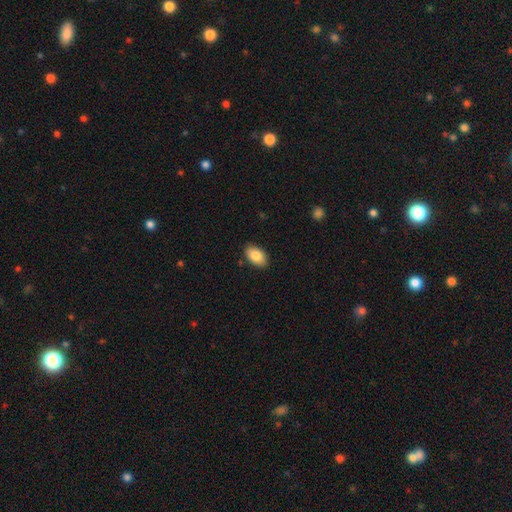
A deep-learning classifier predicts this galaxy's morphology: type=smooth (85%); roundness=in between (92%); merging=none (88%).